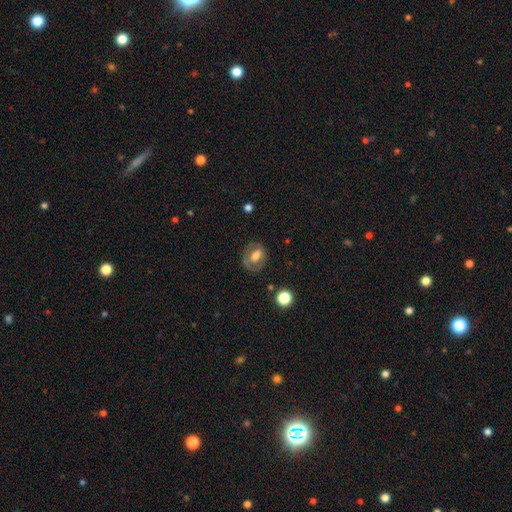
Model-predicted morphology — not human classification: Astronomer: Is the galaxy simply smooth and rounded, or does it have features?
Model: featured or disk — 47% (runner-up: smooth, 44%).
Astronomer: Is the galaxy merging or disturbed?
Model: none — 68%.